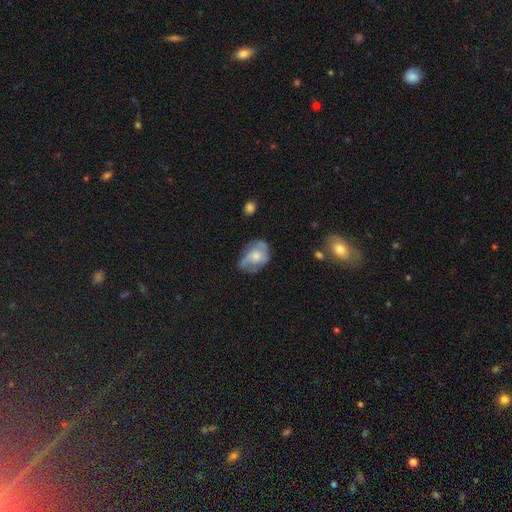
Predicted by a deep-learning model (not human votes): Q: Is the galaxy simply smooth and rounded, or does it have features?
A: featured or disk — 52%.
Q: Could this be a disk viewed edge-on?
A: no — 96%.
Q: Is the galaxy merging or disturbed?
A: none — 46%.